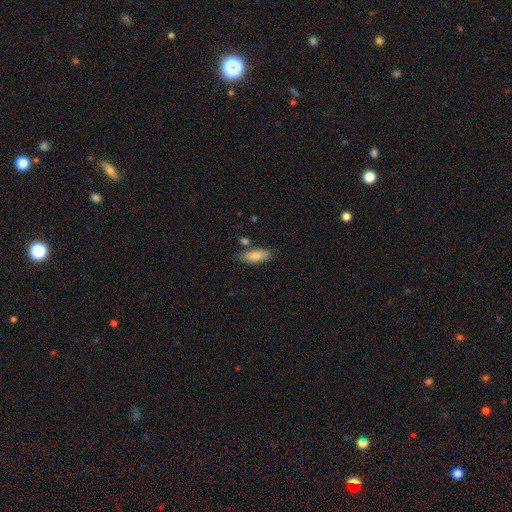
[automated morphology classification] This appears to be a smooth galaxy with no disk features (84%) that is in between round and cigar-shaped (76%). Merging: none (73%).